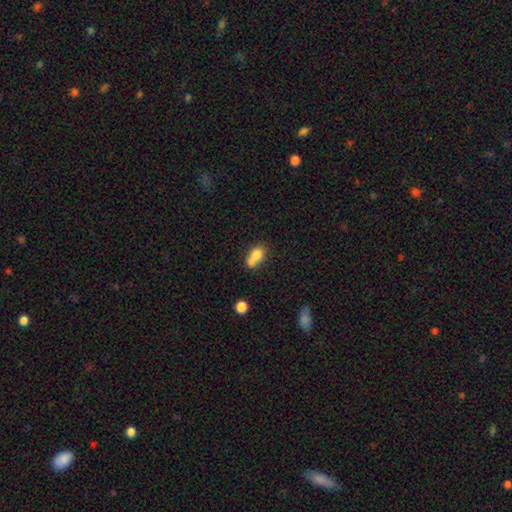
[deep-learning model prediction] Smooth or featured?
  - smooth: 74% *
  - featured or disk: 16%
  - star or artifact: 10%
How rounded?
  - in between: 68% *
  - round: 28%
  - cigar-shaped: 4%
Merging?
  - merger: 56% *
  - none: 27%
  - minor disturbance: 12%
  - major disturbance: 5%